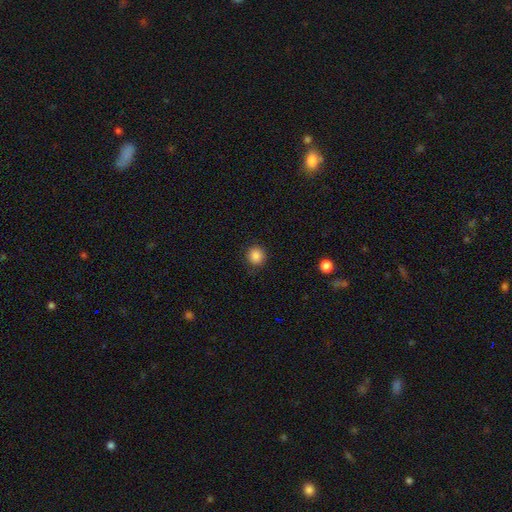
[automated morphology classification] A smooth galaxy with no disk features (86%) that is round (91%). Merging: none (89%).